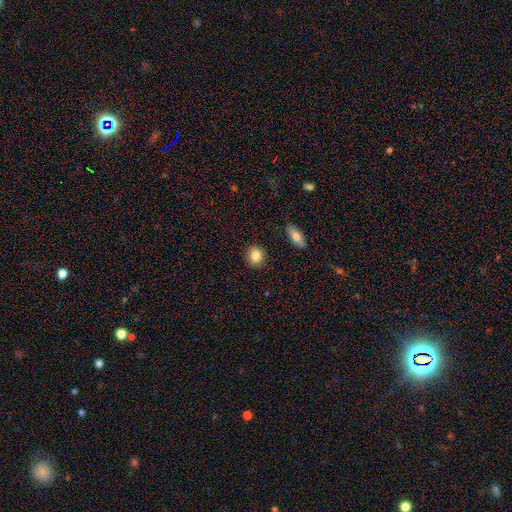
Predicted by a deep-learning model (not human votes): smooth-or-featured: smooth: 84% | star or artifact: 8% | featured or disk: 7%
  how-rounded: round: 77% | in between: 21% | cigar-shaped: 1%
  merging: none: 90% | minor disturbance: 7% | major disturbance: 2% | merger: 2%